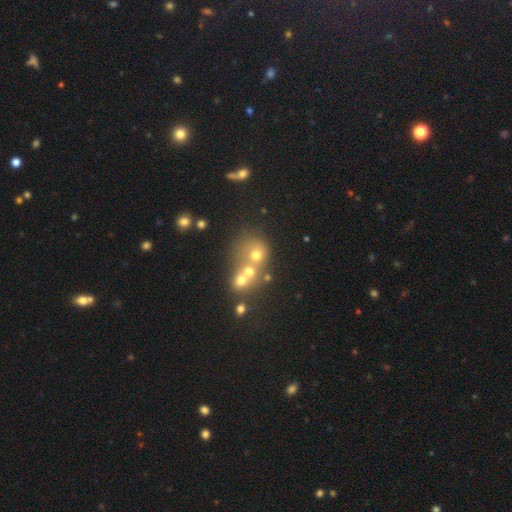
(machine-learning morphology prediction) This appears to be a smooth galaxy with no disk features (52%) that is round (72%). Merging: merger (55%).